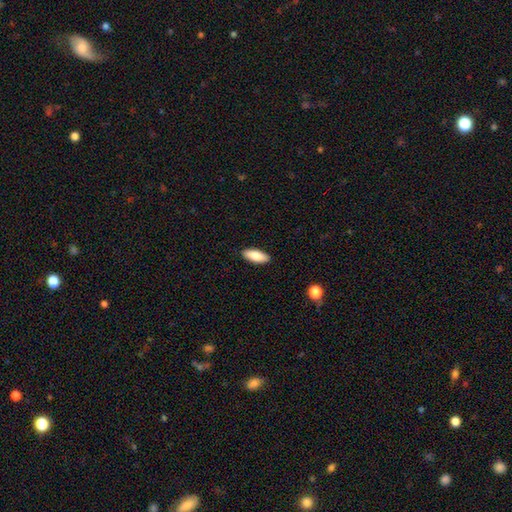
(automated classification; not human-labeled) smooth-or-featured: smooth: 86% | featured or disk: 8% | star or artifact: 6%
  how-rounded: in between: 78% | cigar-shaped: 20% | round: 2%
  merging: none: 90% | minor disturbance: 8% | major disturbance: 2% | merger: 1%